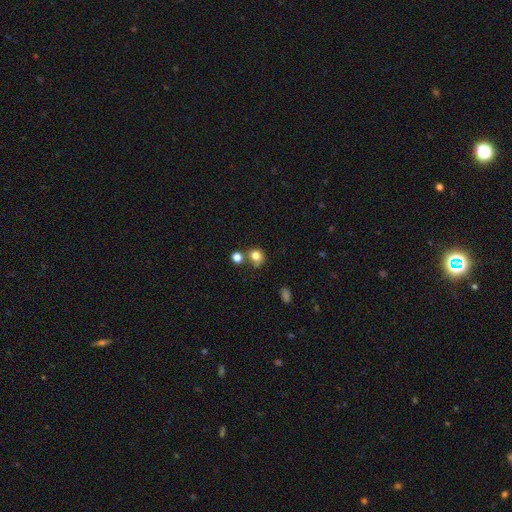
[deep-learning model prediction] This appears to be a smooth galaxy with no disk features (81%) that is round (78%). Merging: none (58%).